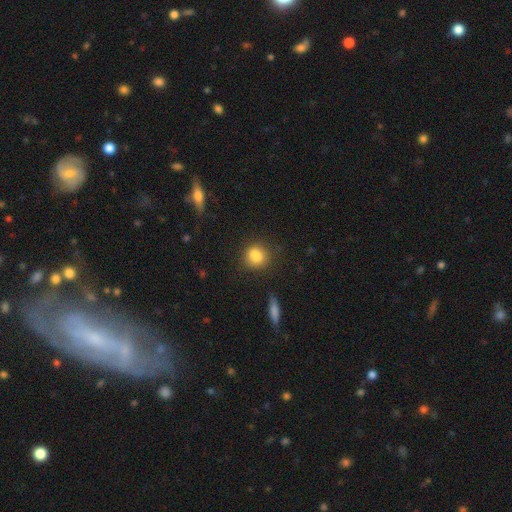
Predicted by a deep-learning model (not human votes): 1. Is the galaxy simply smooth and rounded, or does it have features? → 85% smooth, 9% star or artifact, 6% featured or disk.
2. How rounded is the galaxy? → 67% round, 31% in between, 2% cigar-shaped.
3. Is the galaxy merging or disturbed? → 77% none, 15% minor disturbance, 5% major disturbance, 4% merger.